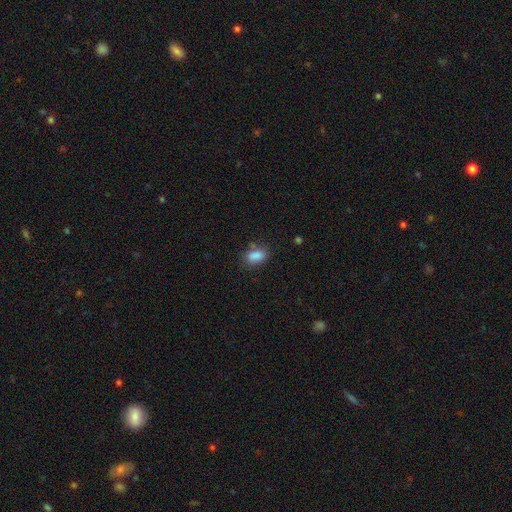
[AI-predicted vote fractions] This appears to be a smooth galaxy with no disk features (86%) that is in between round and cigar-shaped (87%). Merging: none (71%).